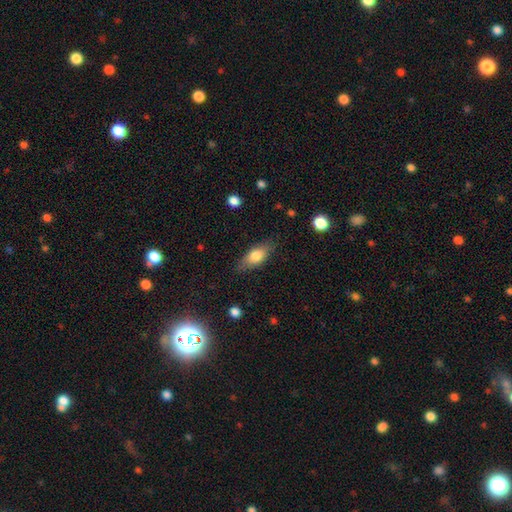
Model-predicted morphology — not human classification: A smooth galaxy with no disk features (71%) that is in between round and cigar-shaped (77%).

Vote fractions:
- Smooth or featured? smooth: 71% / featured or disk: 22% / star or artifact: 7%
- How rounded? in between: 77% / cigar-shaped: 19% / round: 4%
- Merging? none: 80% / minor disturbance: 15% / major disturbance: 4% / merger: 1%